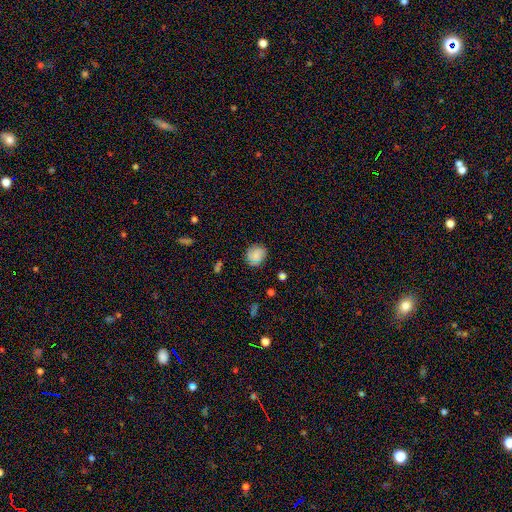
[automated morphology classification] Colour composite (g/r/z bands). It shows a smooth galaxy with no disk features (65%) that is round (71%). Merging: none (77%).